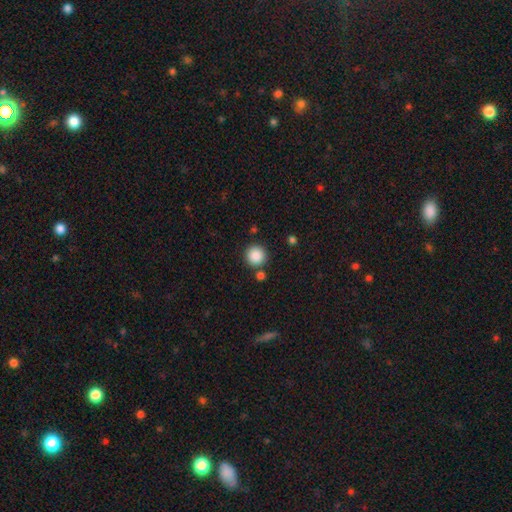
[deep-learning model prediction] A smooth galaxy with no disk features (87%) that is round (95%). Merging: none (83%).